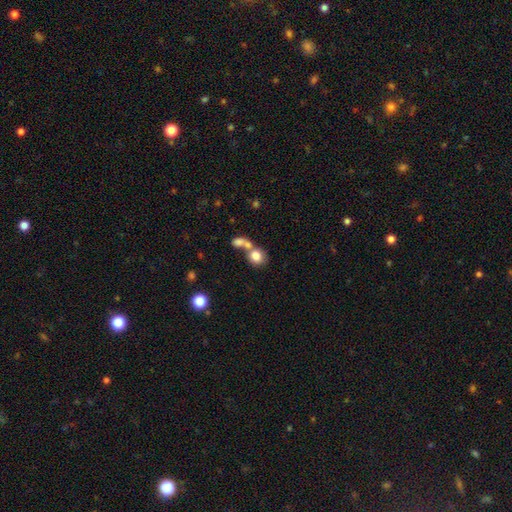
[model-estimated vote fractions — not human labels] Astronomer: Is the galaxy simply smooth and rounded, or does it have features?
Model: smooth — 78%.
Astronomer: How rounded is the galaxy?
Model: round — 74%.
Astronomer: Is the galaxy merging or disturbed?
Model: merger — 51% (runner-up: none, 36%).